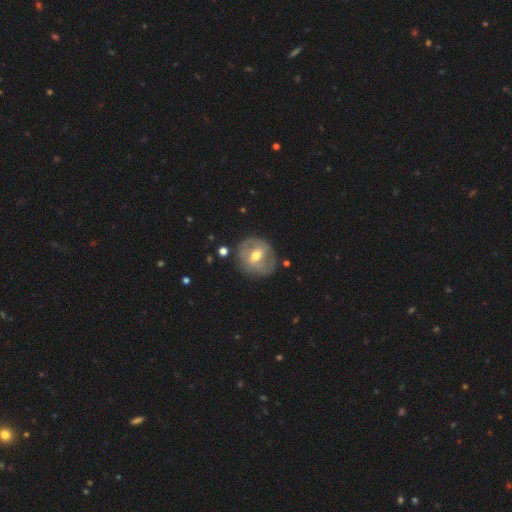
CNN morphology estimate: Smooth or featured?
  - featured or disk: 67% *
  - smooth: 27%
  - star or artifact: 6%
Edge-on disk?
  - no: 95% *
  - yes: 5%
Bar?
  - weak: 46% *
  - strong: 33%
  - no: 21%
Spiral arms?
  - yes: 55% *
  - no: 45%
Bulge size?
  - moderate: 75% *
  - small: 16%
  - large: 7%
  - none: 1%
  - dominant: 1%
Merging?
  - none: 76% *
  - minor disturbance: 16%
  - major disturbance: 6%
  - merger: 2%